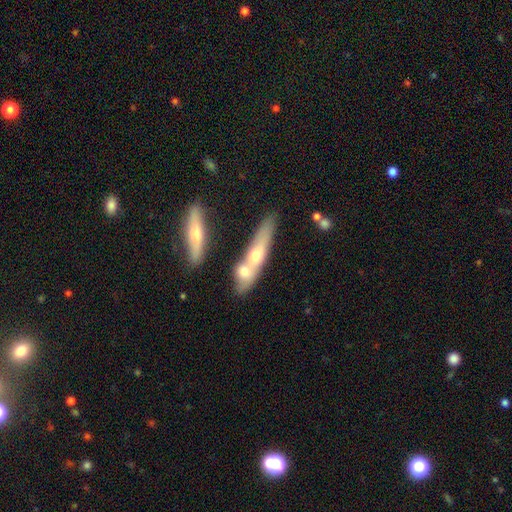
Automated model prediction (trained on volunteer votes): Smooth or featured? featured or disk (48%)
Merging? none (47%)